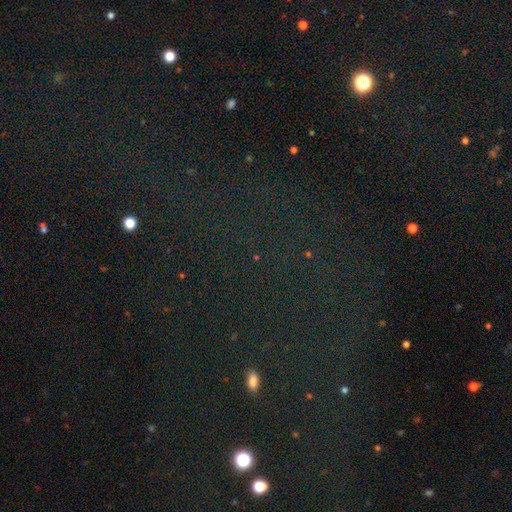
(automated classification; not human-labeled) Morphology: type=star or artifact (77%).